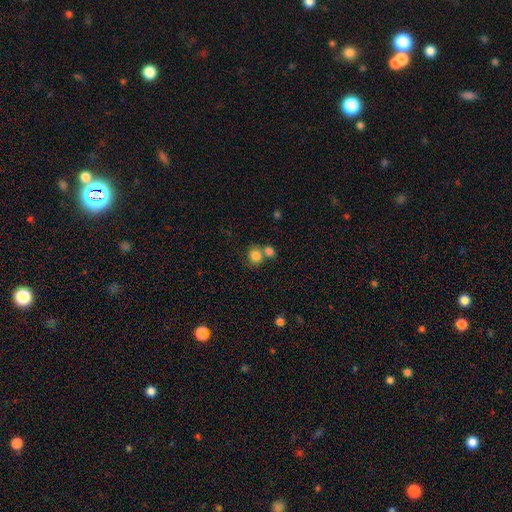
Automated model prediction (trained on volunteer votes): Smooth or featured? smooth (83%)
How rounded? round (75%)
Merging? none (45%)